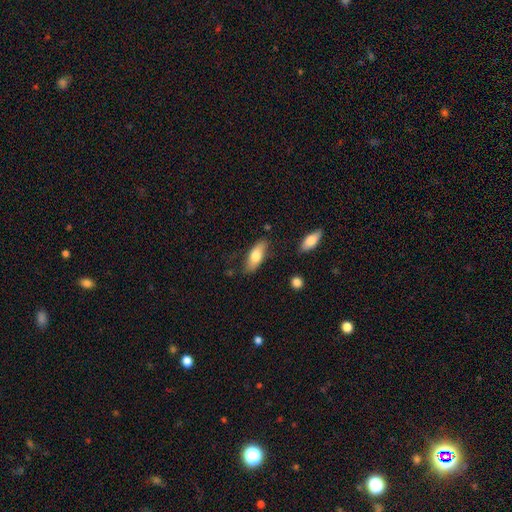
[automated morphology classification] Smooth or featured?
  - smooth: 72% *
  - featured or disk: 22%
  - star or artifact: 6%
How rounded?
  - in between: 76% *
  - cigar-shaped: 21%
  - round: 2%
Merging?
  - none: 77% *
  - minor disturbance: 16%
  - major disturbance: 4%
  - merger: 3%